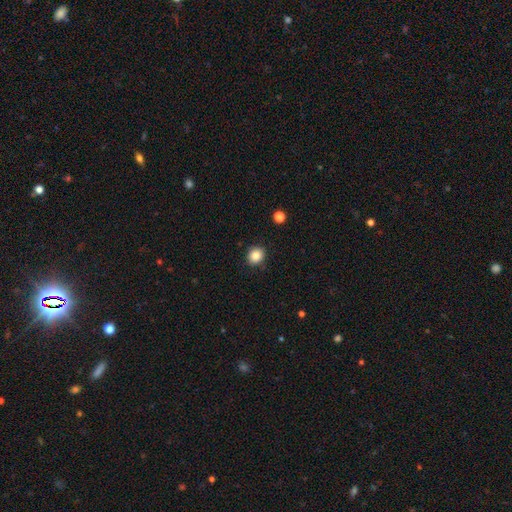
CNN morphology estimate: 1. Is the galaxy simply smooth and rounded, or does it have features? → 86% smooth, 10% star or artifact, 4% featured or disk.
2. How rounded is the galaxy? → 78% round, 21% in between, 1% cigar-shaped.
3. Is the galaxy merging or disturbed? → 89% none, 7% minor disturbance, 2% major disturbance, 1% merger.